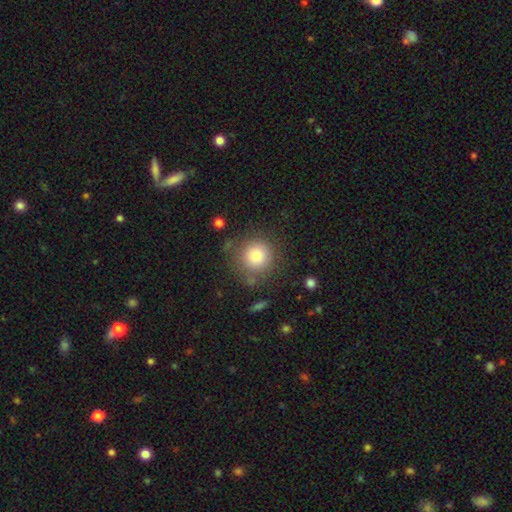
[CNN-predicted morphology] Smooth or featured? Predicted: smooth (p=0.78). How rounded? Predicted: round (p=0.93). Merging? Predicted: none (p=0.79).